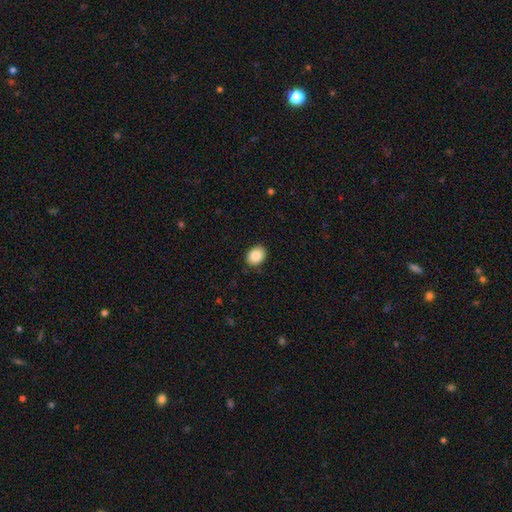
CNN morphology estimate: type=smooth (88%); roundness=in between (60%); merging=none (87%).